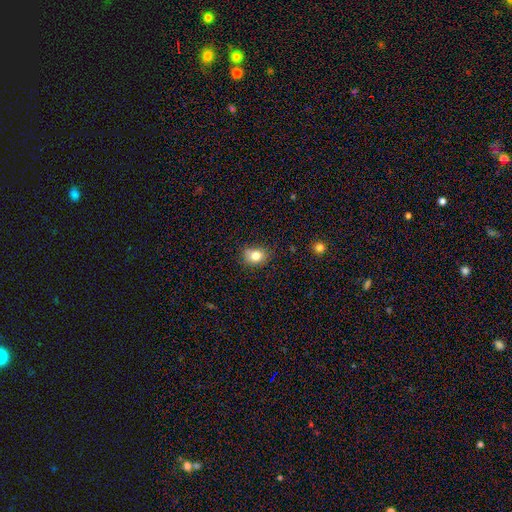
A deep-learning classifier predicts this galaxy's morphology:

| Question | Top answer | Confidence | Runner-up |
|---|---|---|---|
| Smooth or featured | smooth | 81% | star or artifact (11%) |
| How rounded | round | 50% | in between (49%) |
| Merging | none | 76% | minor disturbance (18%) |